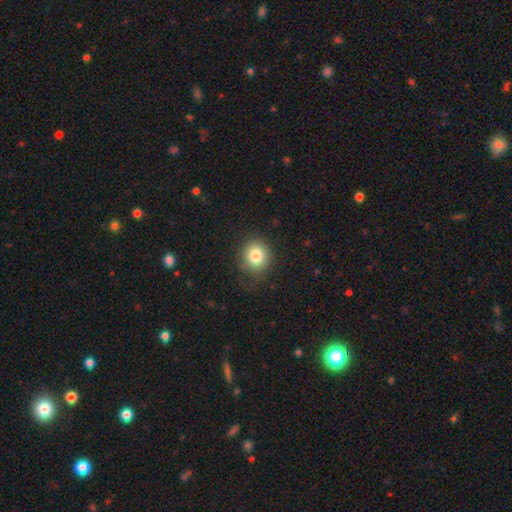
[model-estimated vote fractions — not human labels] This is clearly a smooth galaxy (82%). How rounded: clearly round (82%). Merging: likely none (79%).